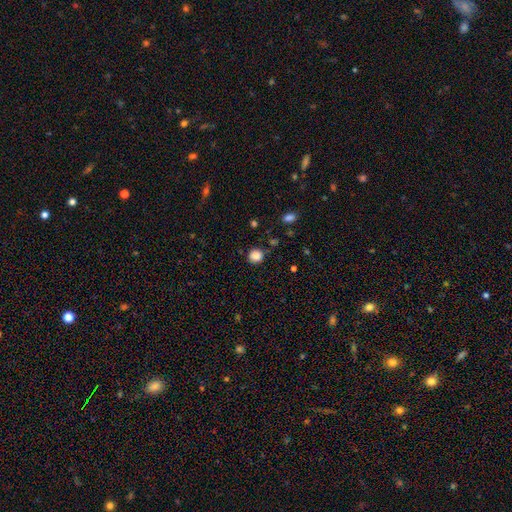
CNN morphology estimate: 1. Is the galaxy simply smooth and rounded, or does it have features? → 86% smooth, 11% star or artifact, 3% featured or disk.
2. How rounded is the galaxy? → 86% round, 13% in between, 1% cigar-shaped.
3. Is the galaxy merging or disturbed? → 86% none, 9% minor disturbance, 3% major disturbance, 3% merger.